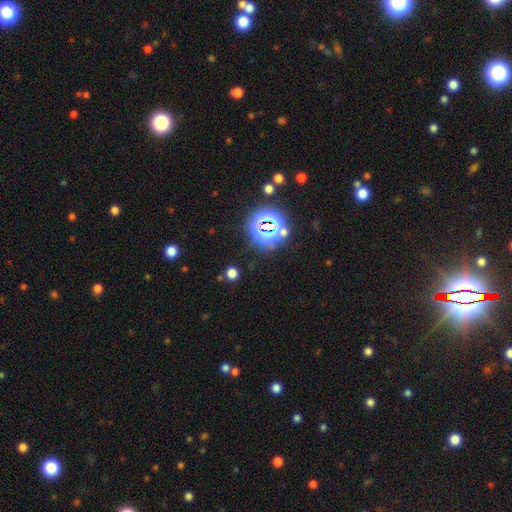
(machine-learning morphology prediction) Q: Smooth or featured?
A: star or artifact (83%); runner-up: smooth (10%)